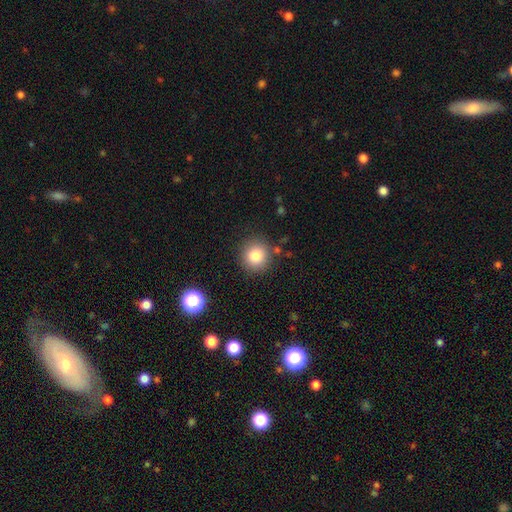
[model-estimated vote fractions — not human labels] Smooth or featured: smooth — 82% (star or artifact — 11%)
How rounded: round — 91% (in between — 8%)
Merging: none — 87% (minor disturbance — 8%)